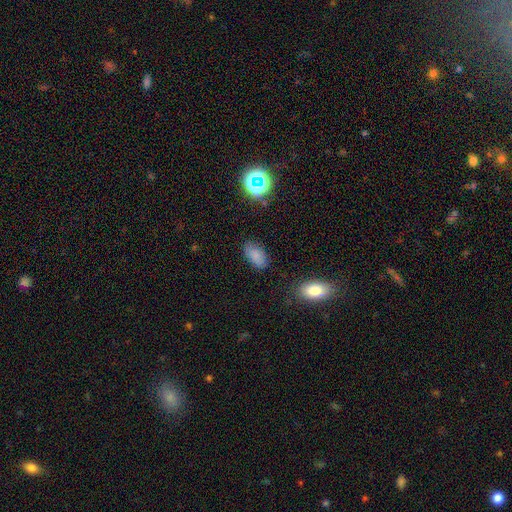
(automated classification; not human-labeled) smooth-or-featured: smooth: 78% | star or artifact: 13% | featured or disk: 9%
  how-rounded: in between: 93% | round: 5% | cigar-shaped: 2%
  merging: none: 78% | minor disturbance: 16% | major disturbance: 4% | merger: 2%